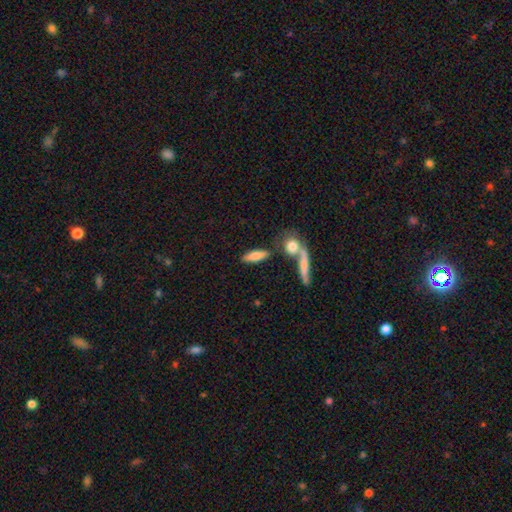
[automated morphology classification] type=smooth (72%); roundness=cigar-shaped (49%); merging=none (67%).